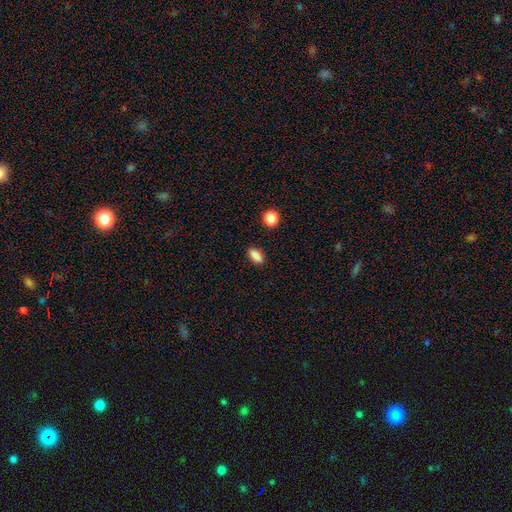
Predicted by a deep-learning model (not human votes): This is clearly a smooth galaxy (87%). How rounded: clearly in between (80%). Merging: clearly none (88%).